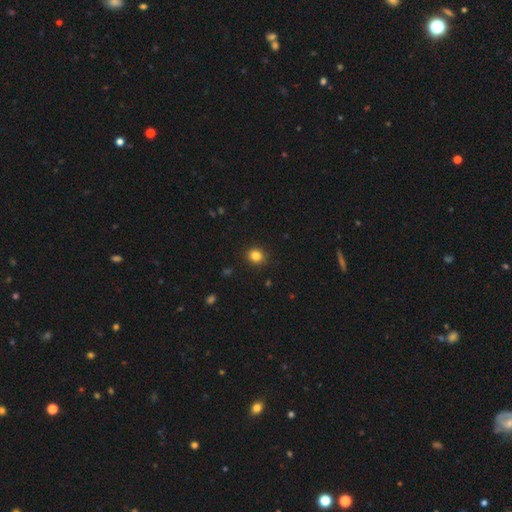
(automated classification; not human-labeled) Smooth or featured: smooth — 83% (star or artifact — 12%)
How rounded: round — 86% (in between — 13%)
Merging: none — 90% (minor disturbance — 7%)